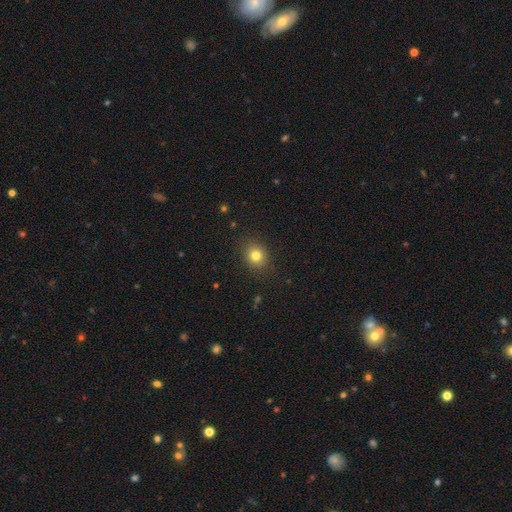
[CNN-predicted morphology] The model was most divided on "how rounded": round: 69%, in between: 30%, cigar-shaped: 1%. More confident: merging — none (87%); smooth or featured — smooth (79%).